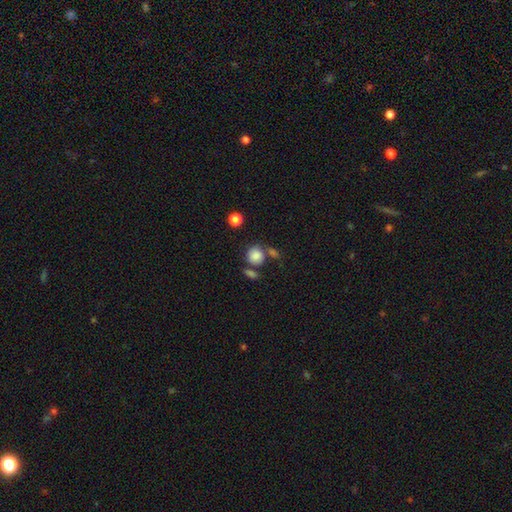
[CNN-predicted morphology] Smooth or featured? smooth (83%)
How rounded? round (80%)
Merging? none (57%)